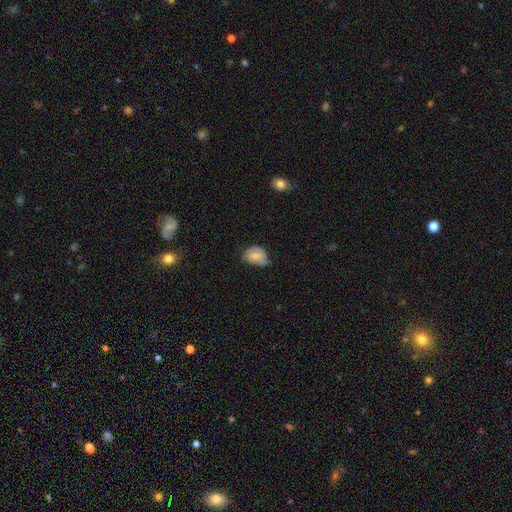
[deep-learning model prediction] smooth-or-featured: smooth: 56% | featured or disk: 36% | star or artifact: 8%
  how-rounded: in between: 68% | round: 30% | cigar-shaped: 1%
  merging: none: 42% | minor disturbance: 41% | major disturbance: 15% | merger: 2%